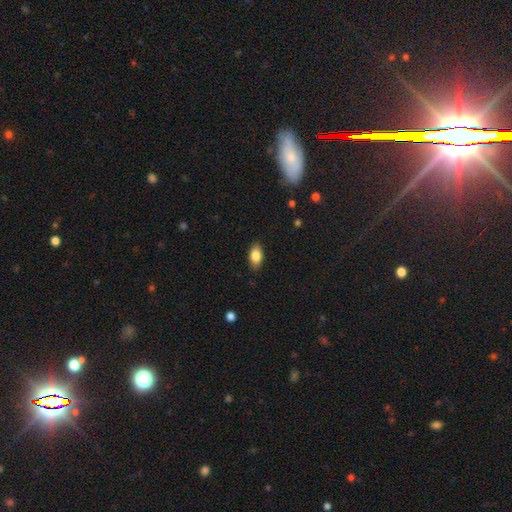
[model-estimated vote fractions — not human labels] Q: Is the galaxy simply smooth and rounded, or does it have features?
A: smooth — 83%.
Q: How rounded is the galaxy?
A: in between — 91%.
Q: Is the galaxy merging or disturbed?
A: none — 87%.